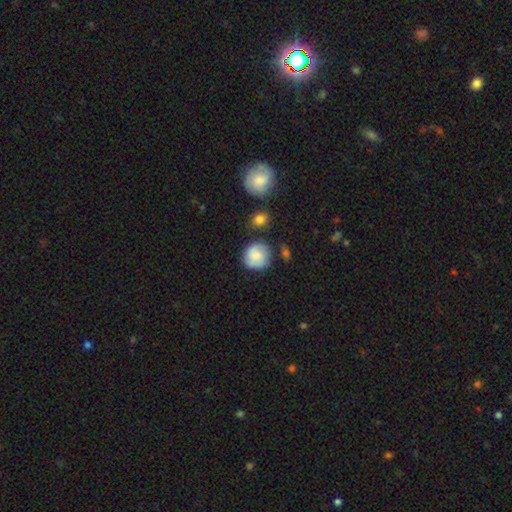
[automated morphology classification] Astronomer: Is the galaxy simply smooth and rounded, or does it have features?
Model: smooth — 63%.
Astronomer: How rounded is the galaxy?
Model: round — 87%.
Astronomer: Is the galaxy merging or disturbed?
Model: none — 71%.